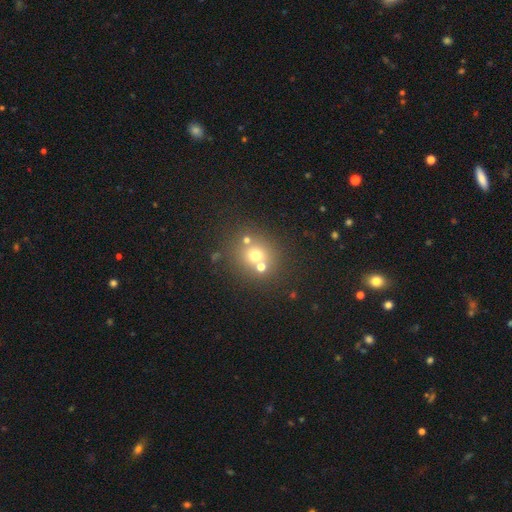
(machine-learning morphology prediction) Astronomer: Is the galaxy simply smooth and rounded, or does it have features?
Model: smooth — 64%.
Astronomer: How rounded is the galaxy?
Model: round — 83%.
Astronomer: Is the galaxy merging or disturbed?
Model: none — 62%.